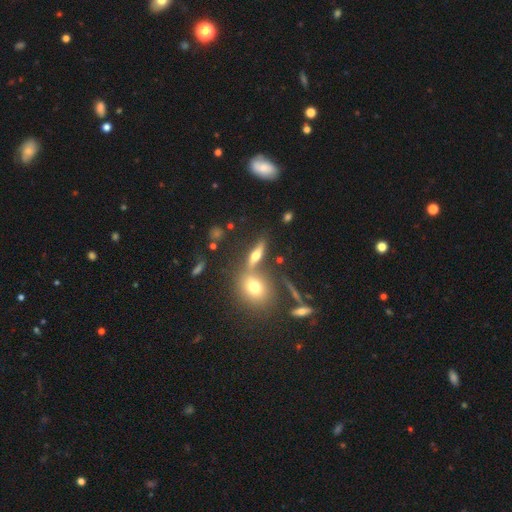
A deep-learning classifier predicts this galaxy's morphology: This is possibly a smooth galaxy (45%). Merging: likely none (62%).